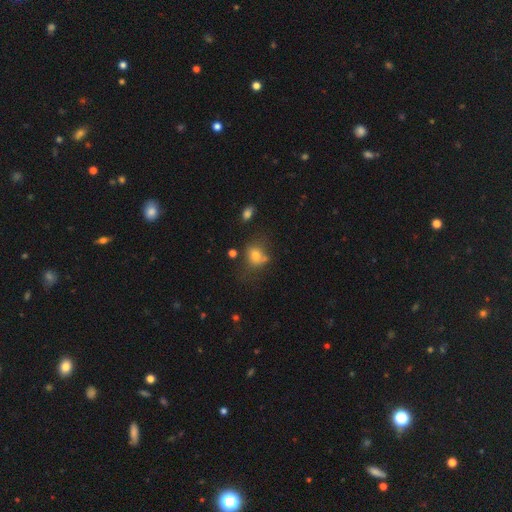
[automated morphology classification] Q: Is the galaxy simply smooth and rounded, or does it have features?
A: smooth — 70%.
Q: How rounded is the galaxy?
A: round — 55%.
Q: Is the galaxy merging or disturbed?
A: none — 48%.